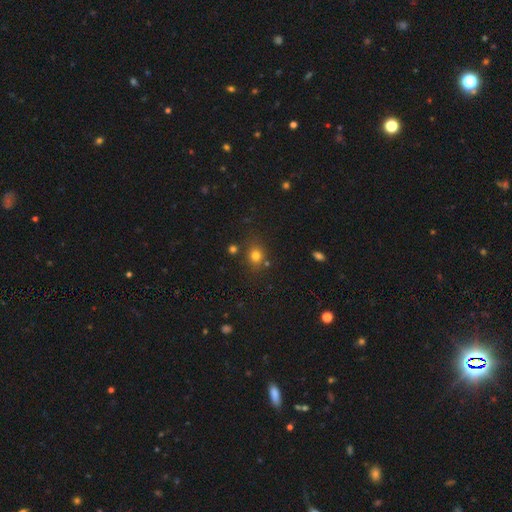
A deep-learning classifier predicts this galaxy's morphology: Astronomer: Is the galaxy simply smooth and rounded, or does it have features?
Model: smooth — 76%.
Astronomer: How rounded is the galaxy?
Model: round — 74%.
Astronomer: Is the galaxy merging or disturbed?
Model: none — 77%.